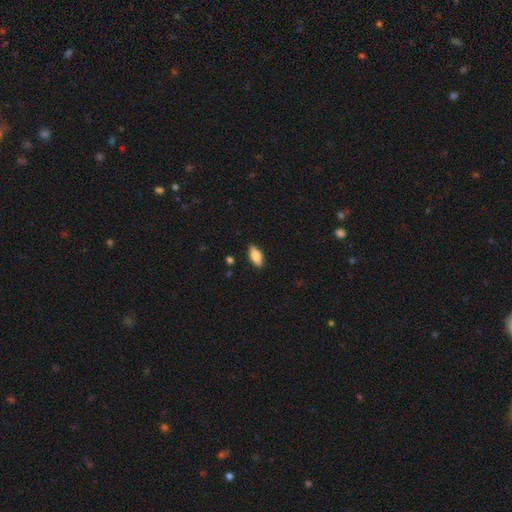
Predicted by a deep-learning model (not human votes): Smooth or featured? Predicted: smooth (p=0.82). How rounded? Predicted: in between (p=0.87). Merging? Predicted: none (p=0.88).